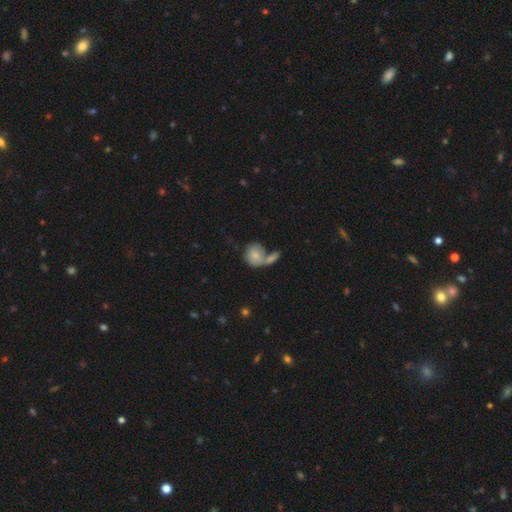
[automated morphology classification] Smooth or featured? smooth (77%)
How rounded? round (70%)
Merging? merger (49%)